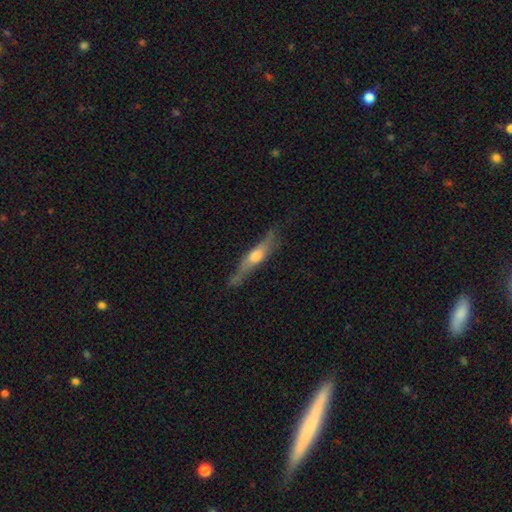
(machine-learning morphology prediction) Smooth or featured?
  - featured or disk: 63% *
  - smooth: 31%
  - star or artifact: 6%
Edge-on disk?
  - yes: 91% *
  - no: 9%
Edge-on bulge?
  - rounded: 85% *
  - boxy: 8%
  - none: 7%
Merging?
  - none: 72% *
  - minor disturbance: 21%
  - major disturbance: 5%
  - merger: 2%